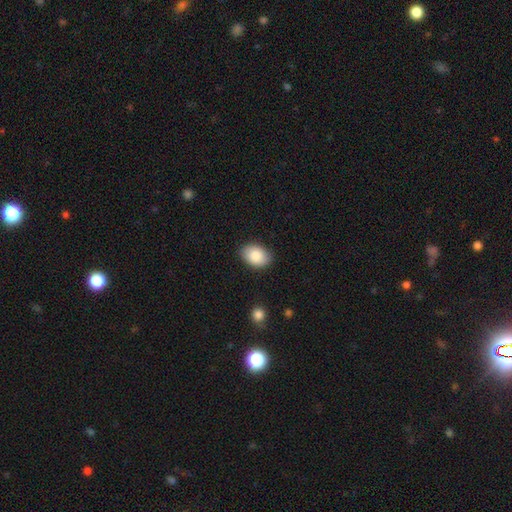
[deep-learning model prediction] Q: Smooth or featured?
A: smooth (85%); runner-up: featured or disk (8%)
Q: How rounded?
A: in between (84%); runner-up: round (15%)
Q: Merging?
A: none (86%); runner-up: minor disturbance (11%)